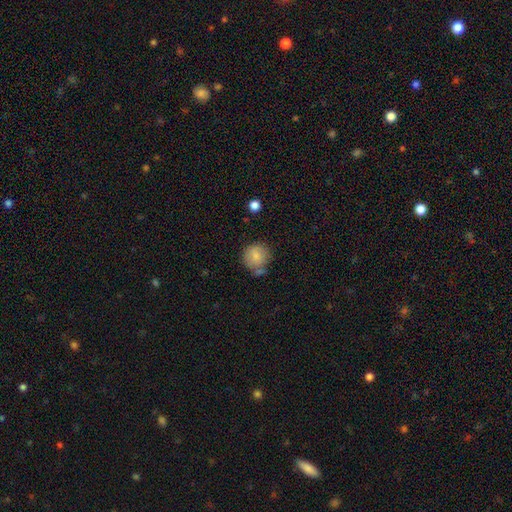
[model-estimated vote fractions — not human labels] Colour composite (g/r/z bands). It shows a smooth galaxy with no disk features (83%) that is round (91%). Merging: none (67%).